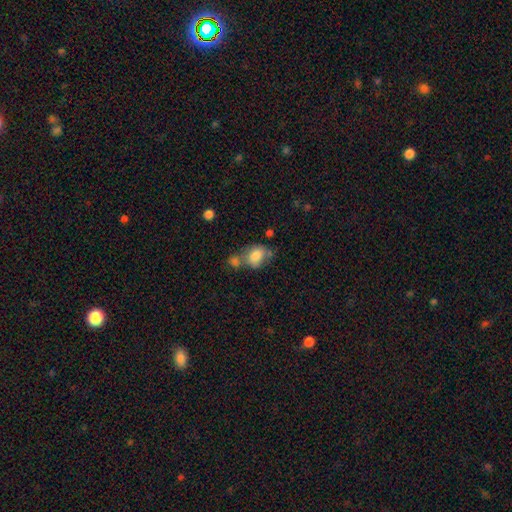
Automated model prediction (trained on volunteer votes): Q: Smooth or featured?
A: smooth (79%); runner-up: featured or disk (13%)
Q: How rounded?
A: in between (66%); runner-up: round (33%)
Q: Merging?
A: none (40%); runner-up: merger (34%)